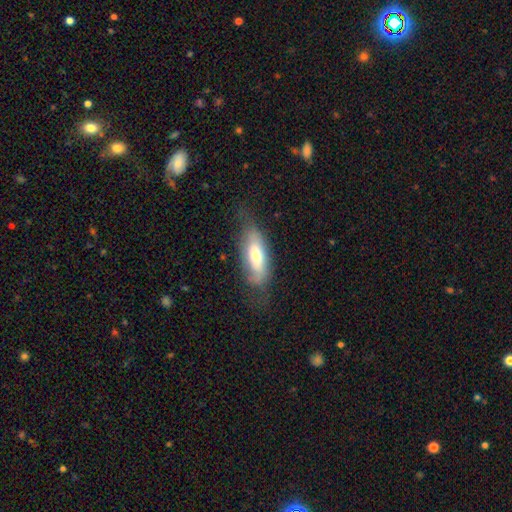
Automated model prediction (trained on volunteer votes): Overall: smooth (61%; featured or disk 33%). How rounded: in between (65%; cigar-shaped 33%). Merging: none (61%; minor disturbance 27%).